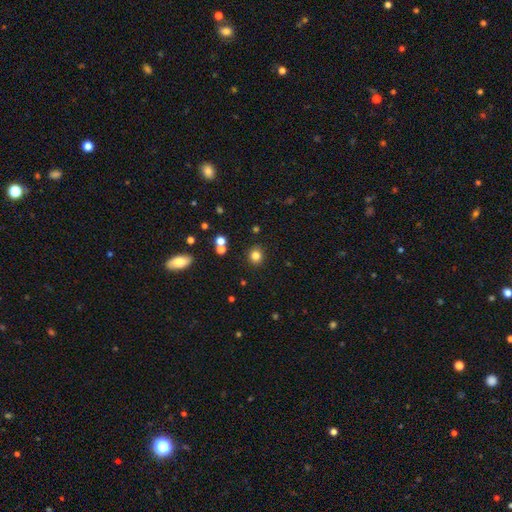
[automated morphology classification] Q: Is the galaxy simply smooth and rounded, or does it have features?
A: smooth — 81%.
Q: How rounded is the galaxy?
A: round — 83%.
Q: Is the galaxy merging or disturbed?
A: none — 88%.